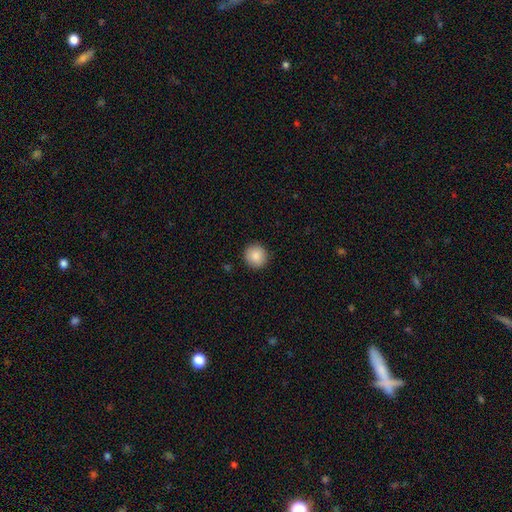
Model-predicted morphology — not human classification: Smooth or featured?
  - smooth: 87% *
  - star or artifact: 8%
  - featured or disk: 5%
How rounded?
  - round: 93% *
  - in between: 6%
  - cigar-shaped: 1%
Merging?
  - none: 91% *
  - minor disturbance: 6%
  - major disturbance: 2%
  - merger: 1%